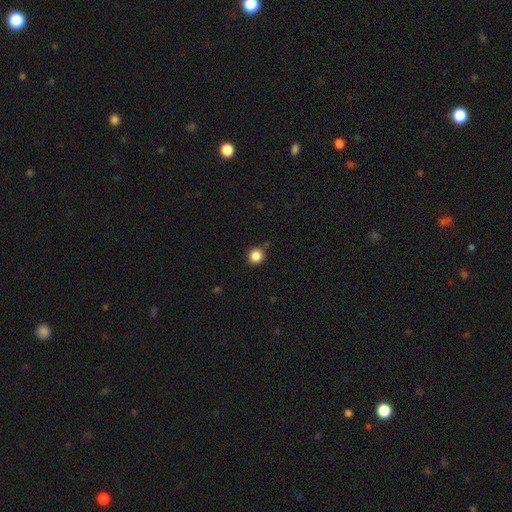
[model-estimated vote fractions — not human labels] Q: Smooth or featured?
A: smooth (85%); runner-up: star or artifact (11%)
Q: How rounded?
A: round (92%); runner-up: in between (7%)
Q: Merging?
A: none (83%); runner-up: minor disturbance (11%)